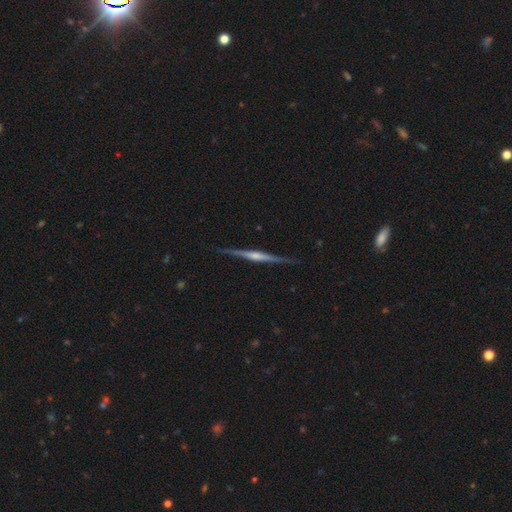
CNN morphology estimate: smooth_or_featured: featured or disk (p=0.84) [alt: smooth p=0.11]
disk_edge_on: yes (p=0.98) [alt: no p=0.02]
edge_on_bulge: rounded (p=0.67) [alt: boxy p=0.17]
merging: none (p=0.90) [alt: minor disturbance p=0.08]